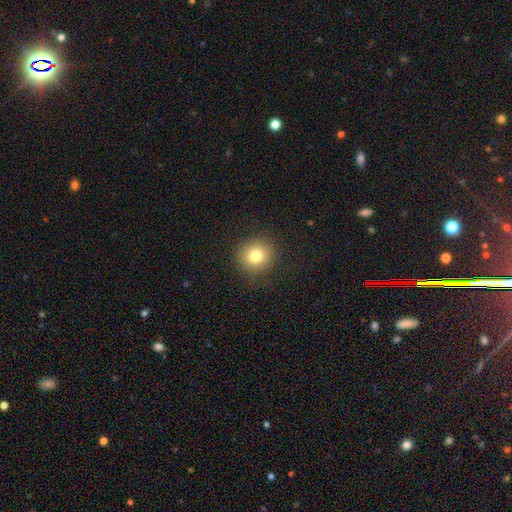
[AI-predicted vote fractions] The model was most divided on "smooth or featured": smooth: 80%, star or artifact: 12%, featured or disk: 9%. More confident: how rounded — round (91%); merging — none (89%).